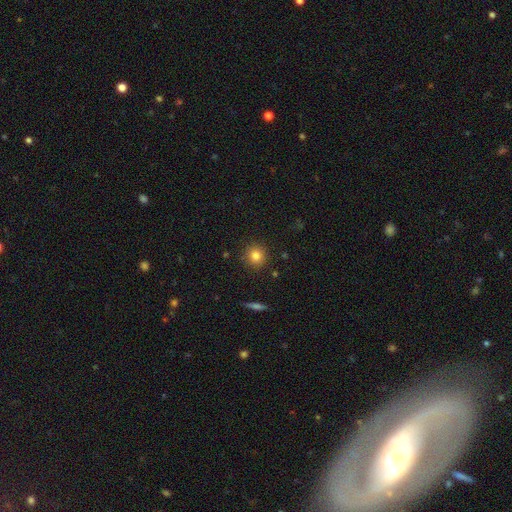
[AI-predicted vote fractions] Smooth or featured?
  - smooth: 82% *
  - star or artifact: 11%
  - featured or disk: 7%
How rounded?
  - round: 92% *
  - in between: 7%
  - cigar-shaped: 1%
Merging?
  - none: 89% *
  - minor disturbance: 7%
  - major disturbance: 2%
  - merger: 1%